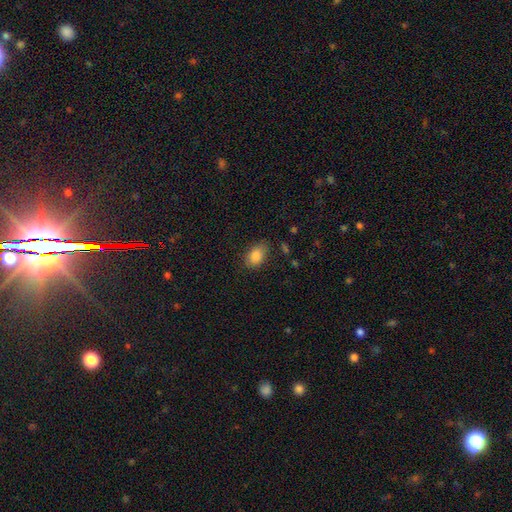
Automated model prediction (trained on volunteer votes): Smooth or featured? Predicted: smooth (p=0.87). How rounded? Predicted: in between (p=0.85). Merging? Predicted: none (p=0.76).